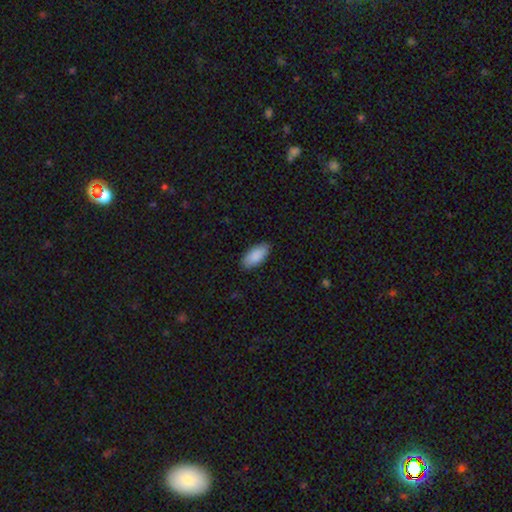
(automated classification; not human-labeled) Morphology: type=smooth (89%); roundness=in between (91%); merging=none (87%).